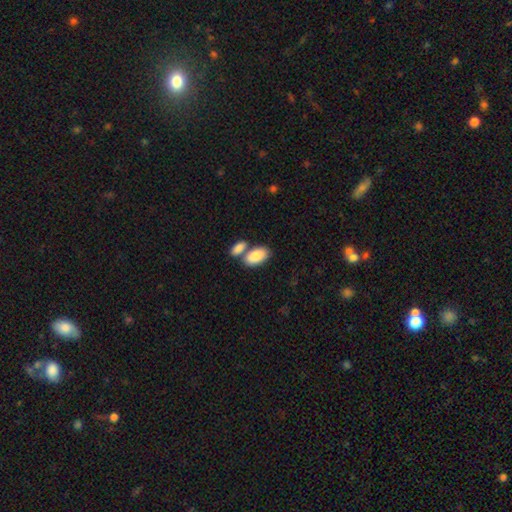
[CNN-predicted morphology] Smooth or featured?
  - smooth: 84% *
  - featured or disk: 10%
  - star or artifact: 6%
How rounded?
  - in between: 94% *
  - round: 4%
  - cigar-shaped: 2%
Merging?
  - merger: 44% *
  - none: 43%
  - minor disturbance: 10%
  - major disturbance: 3%